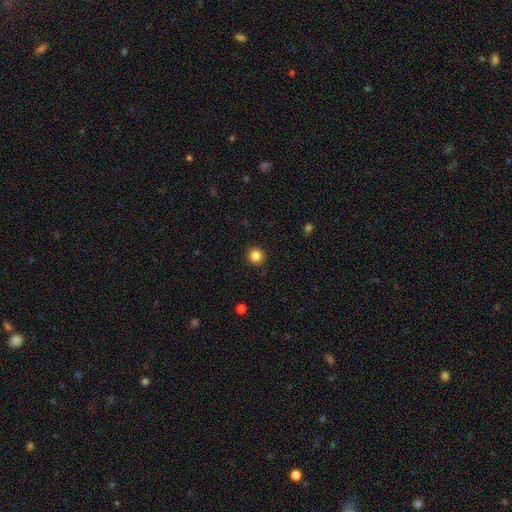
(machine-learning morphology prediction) Overall: smooth (84%). How rounded: round (94%). Merging: none (92%).